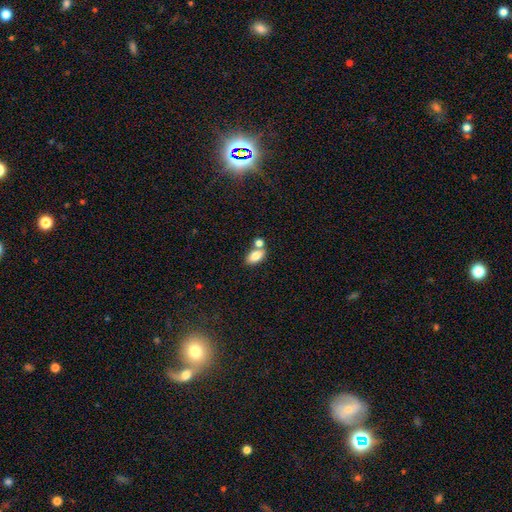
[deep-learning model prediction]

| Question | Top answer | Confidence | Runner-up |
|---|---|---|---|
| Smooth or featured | smooth | 80% | featured or disk (12%) |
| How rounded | in between | 89% | round (8%) |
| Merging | none | 54% | merger (32%) |